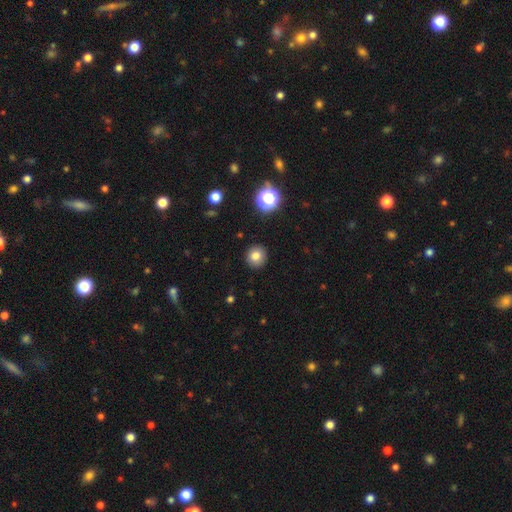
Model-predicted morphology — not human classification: Smooth or featured?
  - smooth: 80% *
  - star or artifact: 13%
  - featured or disk: 7%
How rounded?
  - round: 91% *
  - in between: 8%
  - cigar-shaped: 1%
Merging?
  - none: 91% *
  - minor disturbance: 6%
  - major disturbance: 2%
  - merger: 1%